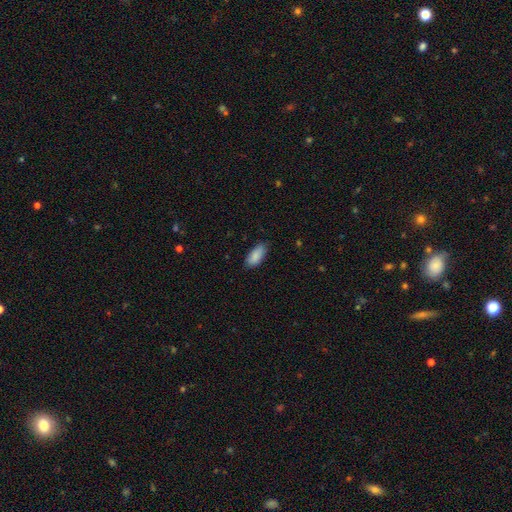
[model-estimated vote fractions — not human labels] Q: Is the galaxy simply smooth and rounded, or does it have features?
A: smooth — 88%.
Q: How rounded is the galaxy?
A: in between — 87%.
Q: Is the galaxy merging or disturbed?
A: none — 82%.